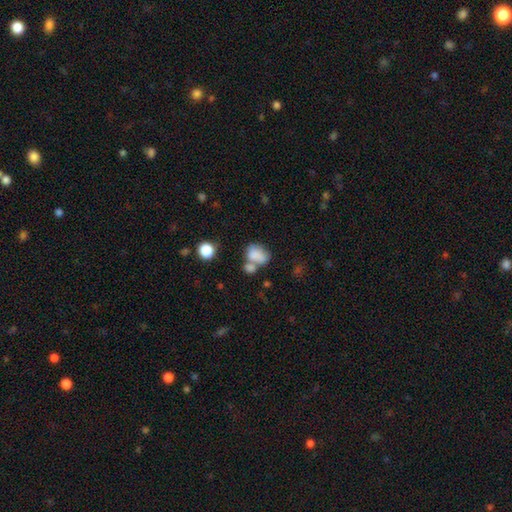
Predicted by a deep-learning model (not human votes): A smooth galaxy with no disk features (78%) that is in between round and cigar-shaped (74%). Merging: merger (46%).